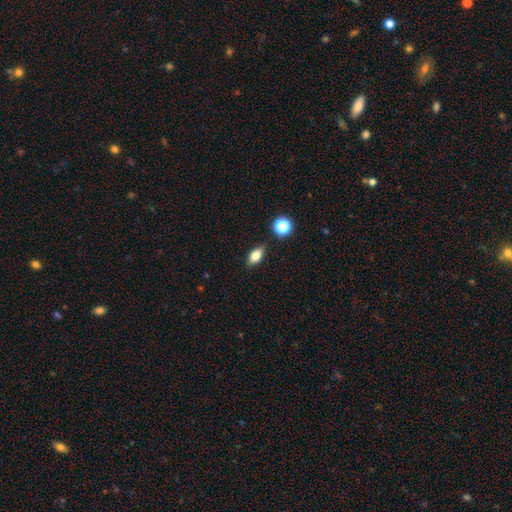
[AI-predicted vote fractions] Morphology: type=smooth (77%); roundness=in between (82%); merging=none (86%).